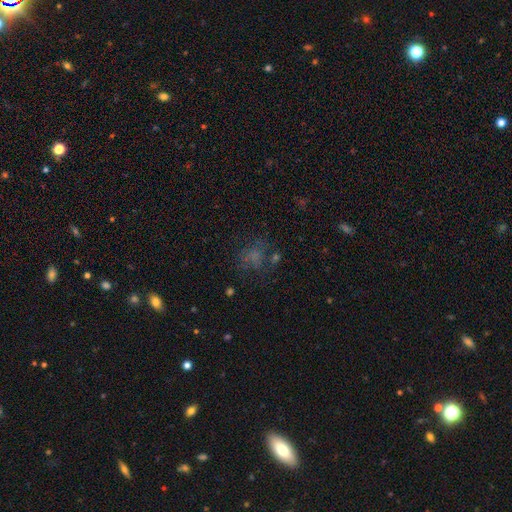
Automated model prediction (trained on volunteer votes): Smooth or featured: smooth — 53% (star or artifact — 26%)
How rounded: round — 62% (in between — 36%)
Merging: none — 56% (major disturbance — 19%)